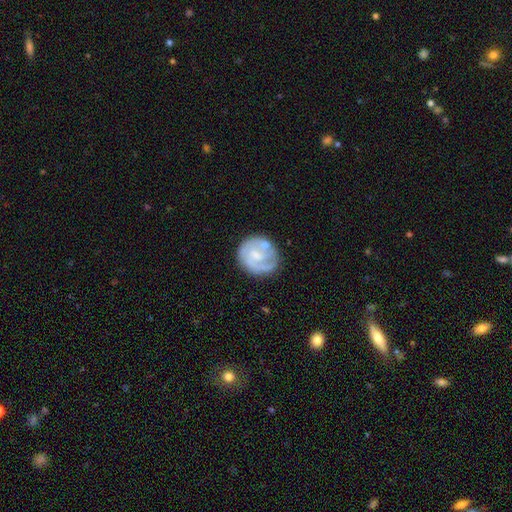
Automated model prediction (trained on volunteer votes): The model was most divided on "spiral arm count": 2: 35%, can't tell: 27%, 3: 17%, 1: 15%, 4: 3%, more than 4: 3%. Remaining: edge-on disk — no (98%); spiral arms — yes (83%); smooth or featured — featured or disk (70%); merging — none (67%); spiral winding — tight (54%); bar — no (52%); bulge size — small (46%).